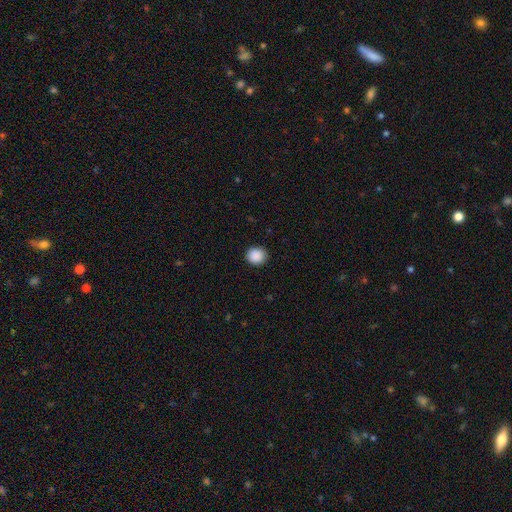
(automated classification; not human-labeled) This appears to be a smooth galaxy with no disk features (90%) that is round (88%). Merging: none (91%).